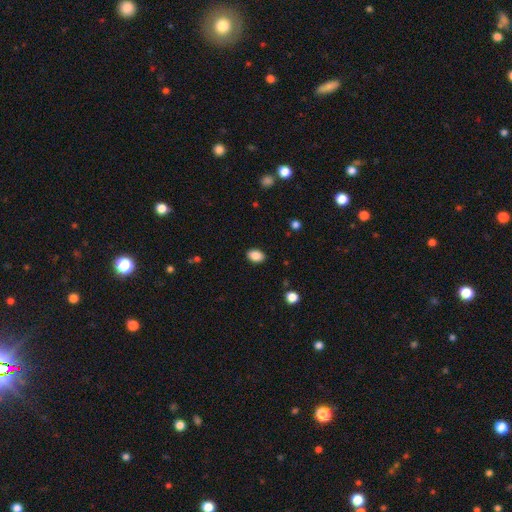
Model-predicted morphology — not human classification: A smooth galaxy with no disk features (88%) that is in between round and cigar-shaped (81%). Merging: none (88%).